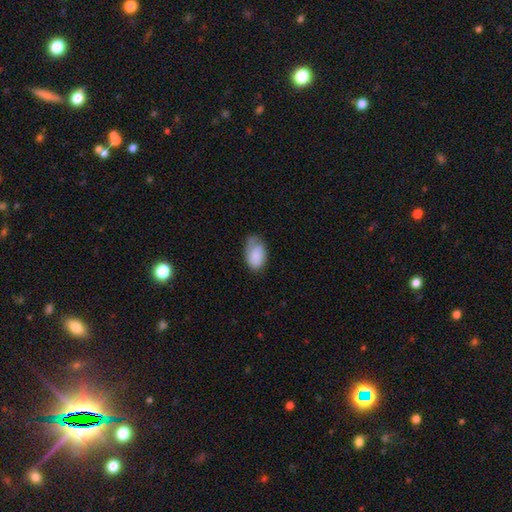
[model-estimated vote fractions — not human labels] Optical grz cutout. It shows a smooth galaxy with no disk features (82%) that is in between round and cigar-shaped (92%). Merging: none (49%).